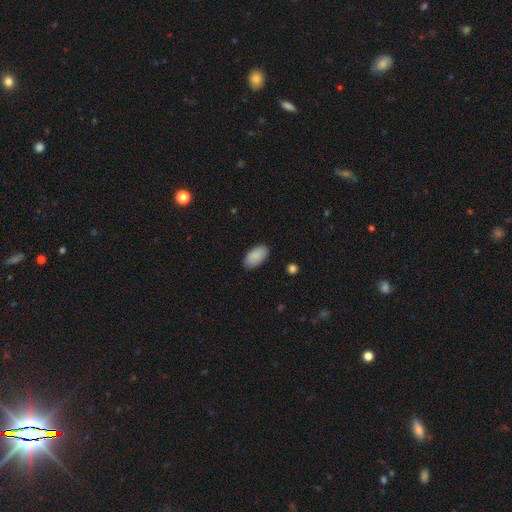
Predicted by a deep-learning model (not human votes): smooth 90%, star or artifact 6%, featured or disk 4%. Down the decision tree: how rounded — in between (95%); merging — none (86%).